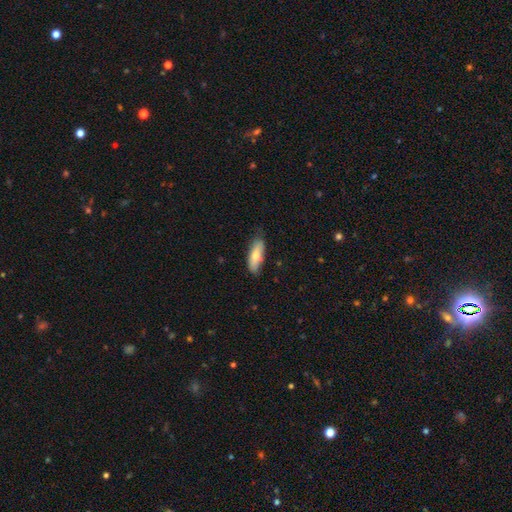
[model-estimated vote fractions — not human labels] A smooth galaxy with no disk features (73%) that is in between round and cigar-shaped (61%).

Vote fractions:
- Smooth or featured? smooth: 73% / featured or disk: 21% / star or artifact: 6%
- How rounded? in between: 61% / cigar-shaped: 37% / round: 2%
- Merging? none: 75% / minor disturbance: 21% / major disturbance: 3% / merger: 1%